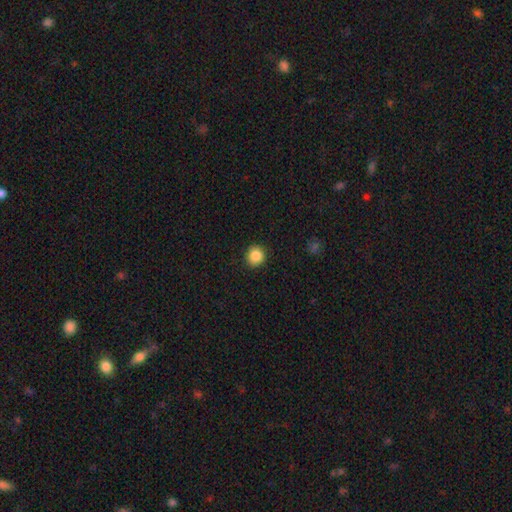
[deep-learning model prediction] Q: Smooth or featured?
A: smooth (87%); runner-up: star or artifact (9%)
Q: How rounded?
A: round (88%); runner-up: in between (11%)
Q: Merging?
A: none (90%); runner-up: minor disturbance (7%)